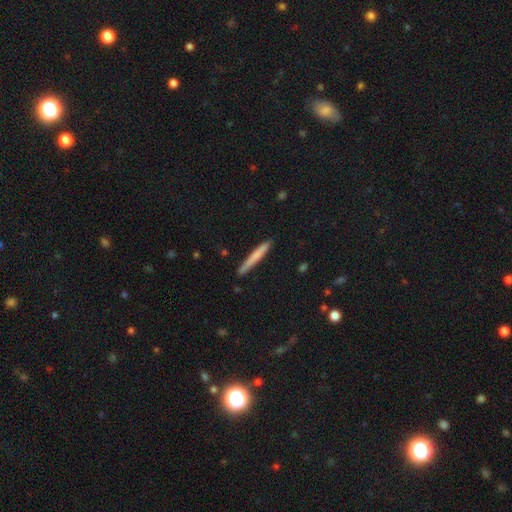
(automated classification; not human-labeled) The model was most divided on "smooth or featured": smooth: 69%, featured or disk: 26%, star or artifact: 5%. More confident: how rounded — cigar-shaped (97%); merging — none (88%).